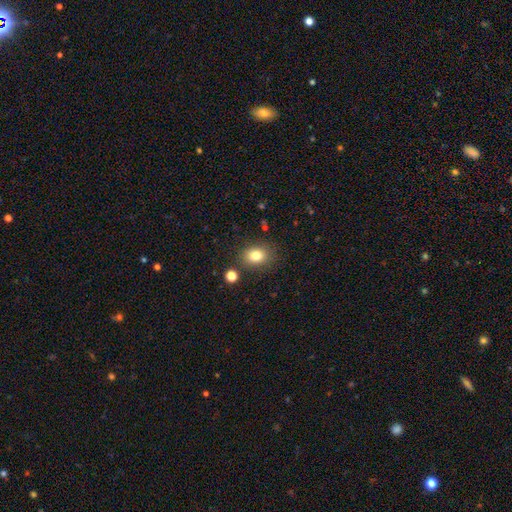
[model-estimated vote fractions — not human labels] The model was most divided on "how rounded": in between: 53%, round: 46%, cigar-shaped: 1%. More confident: merging — none (82%); smooth or featured — smooth (81%).